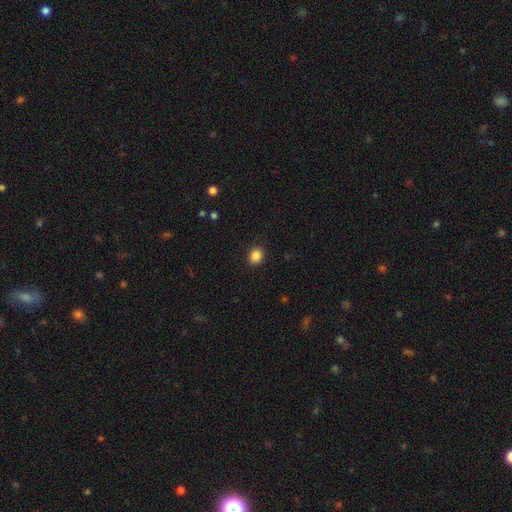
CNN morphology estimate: smooth 87%, star or artifact 10%, featured or disk 3%. Down the decision tree: how rounded — round (65%); merging — none (91%).